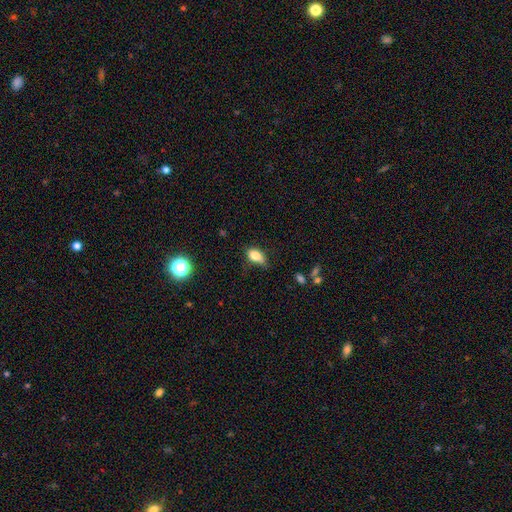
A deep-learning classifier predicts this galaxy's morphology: Smooth or featured: smooth — 81% (featured or disk — 10%)
How rounded: in between — 84% (round — 11%)
Merging: none — 47% (minor disturbance — 39%)